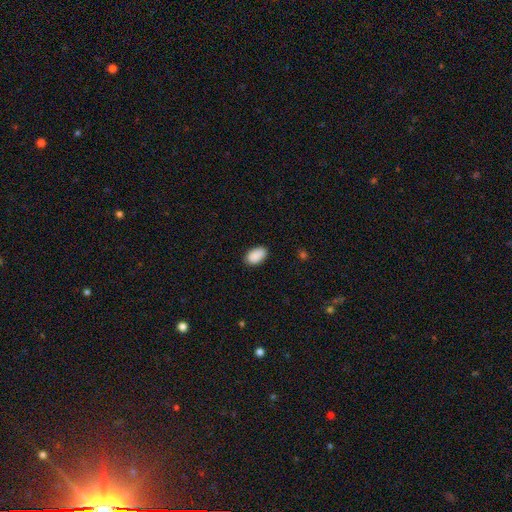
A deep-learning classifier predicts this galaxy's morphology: Q: Smooth or featured?
A: smooth (91%); runner-up: star or artifact (7%)
Q: How rounded?
A: in between (93%); runner-up: round (5%)
Q: Merging?
A: none (86%); runner-up: minor disturbance (10%)